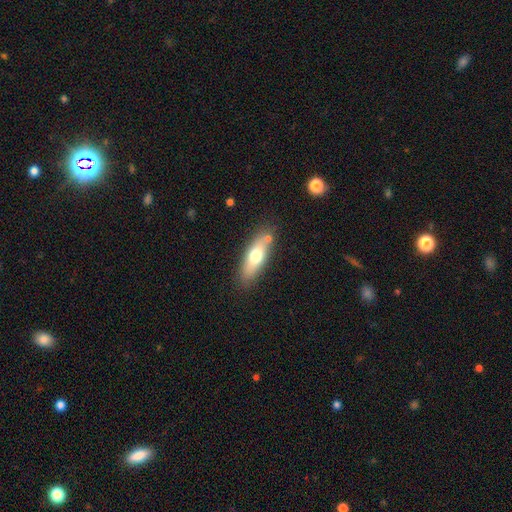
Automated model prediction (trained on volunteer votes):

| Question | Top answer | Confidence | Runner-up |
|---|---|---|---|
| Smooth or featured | smooth | 63% | featured or disk (31%) |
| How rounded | in between | 58% | cigar-shaped (39%) |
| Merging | none | 78% | minor disturbance (13%) |